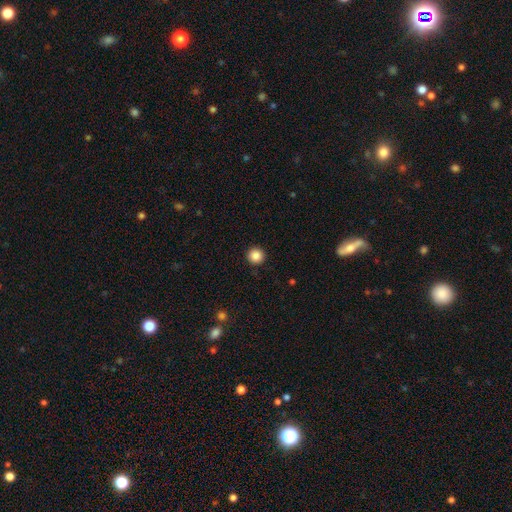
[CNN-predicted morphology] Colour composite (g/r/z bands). It shows a smooth galaxy with no disk features (87%) that is round (96%). Merging: none (93%).